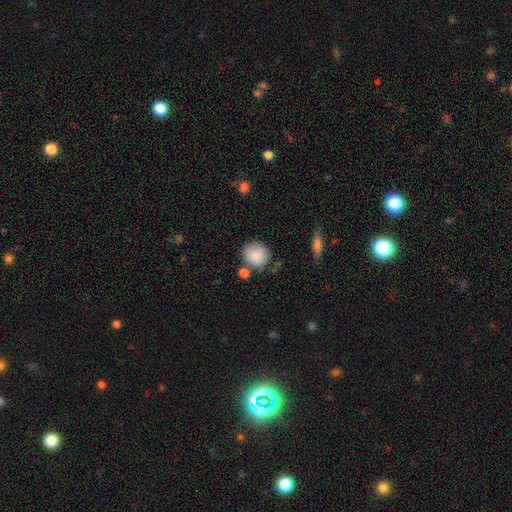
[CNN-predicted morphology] The model was most divided on "merging": none: 71%, minor disturbance: 15%, merger: 10%, major disturbance: 4%. More confident: how rounded — round (87%); smooth or featured — smooth (86%).